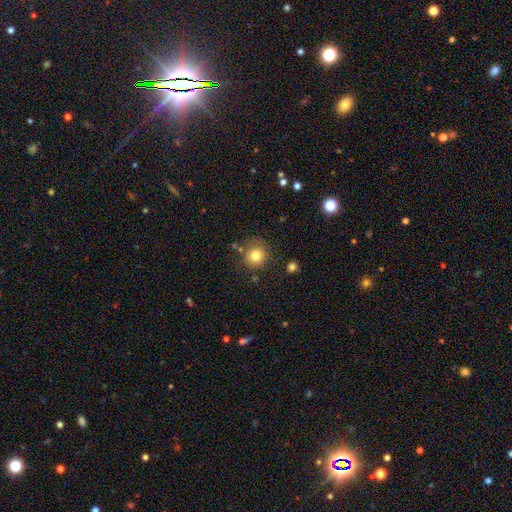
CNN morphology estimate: A smooth galaxy with no disk features (79%) that is round (91%). Merging: none (79%).